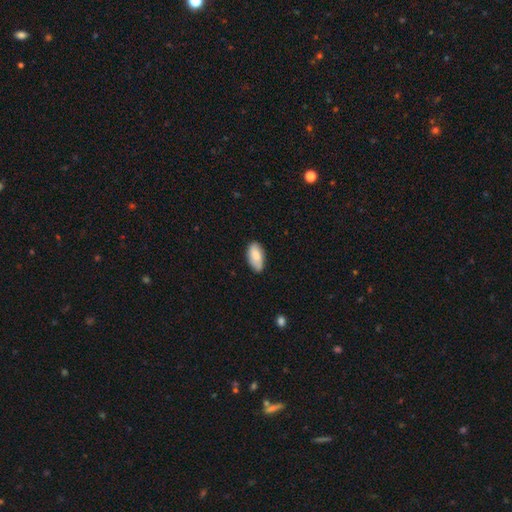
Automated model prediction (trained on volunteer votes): Overall: smooth (80%). How rounded: in between (93%). Merging: none (79%).